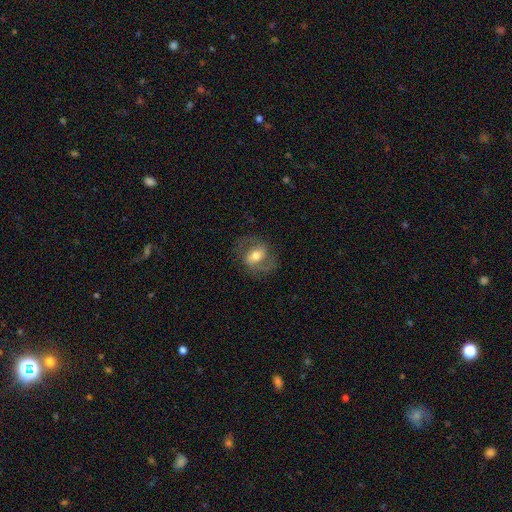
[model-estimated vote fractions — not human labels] smooth_or_featured: featured or disk (p=0.65) [alt: smooth p=0.27]
disk_edge_on: no (p=0.96) [alt: yes p=0.04]
bar: weak (p=0.42) [alt: no p=0.30]
has_spiral_arms: yes (p=0.82) [alt: no p=0.18]
spiral_winding: medium (p=0.52) [alt: loose p=0.26]
spiral_arm_count: 2 (p=0.86) [alt: can't tell p=0.07]
bulge_size: moderate (p=0.67) [alt: small p=0.16]
merging: none (p=0.75) [alt: minor disturbance p=0.15]